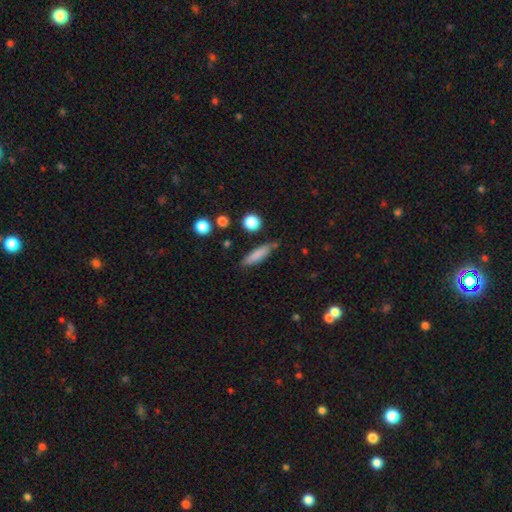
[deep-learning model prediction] This is likely a smooth galaxy (79%). How rounded: likely cigar-shaped (72%). Merging: likely none (77%).